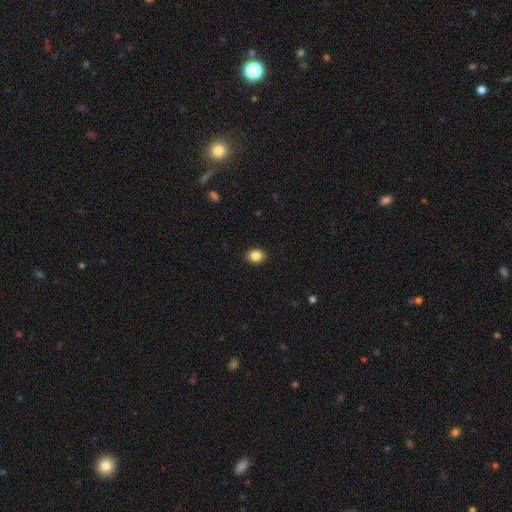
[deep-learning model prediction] Morphology: type=smooth (86%); roundness=in between (52%); merging=none (91%).